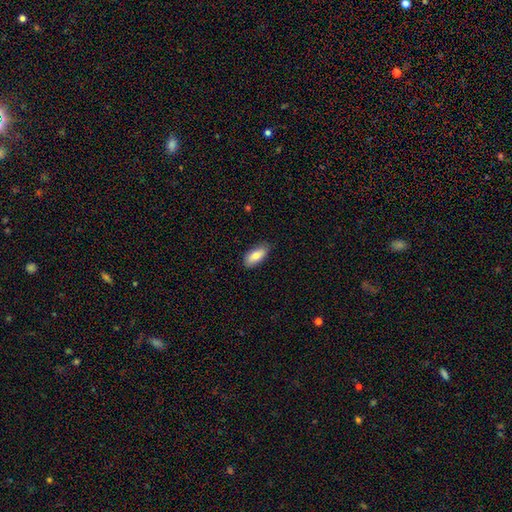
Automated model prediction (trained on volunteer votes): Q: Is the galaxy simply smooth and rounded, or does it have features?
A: smooth — 82%.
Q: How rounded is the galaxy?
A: in between — 86%.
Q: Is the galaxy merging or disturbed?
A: none — 82%.